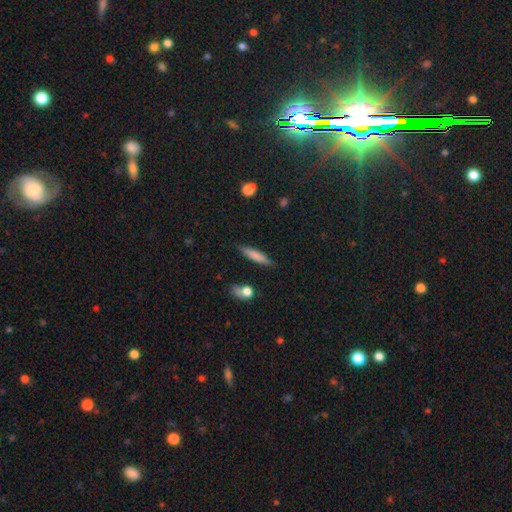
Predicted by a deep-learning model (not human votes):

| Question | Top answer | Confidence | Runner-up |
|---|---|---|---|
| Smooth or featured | smooth | 75% | featured or disk (18%) |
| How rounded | cigar-shaped | 84% | in between (14%) |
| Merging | none | 84% | minor disturbance (11%) |